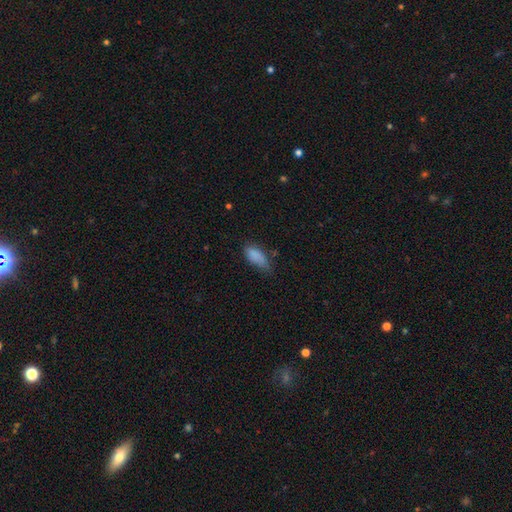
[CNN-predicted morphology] The model was most divided on "merging": none: 50%, minor disturbance: 37%, major disturbance: 10%, merger: 3%. More confident: how rounded — in between (86%); smooth or featured — smooth (85%).